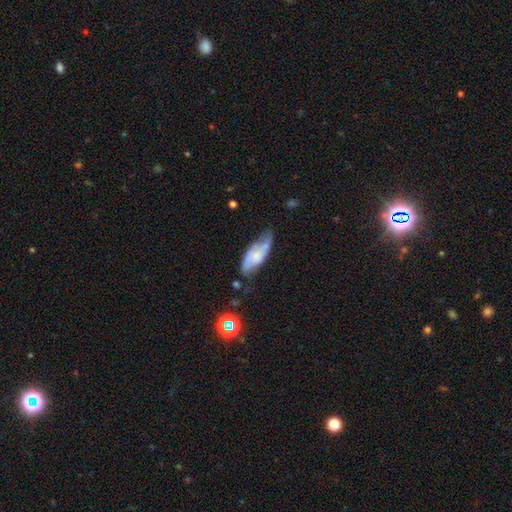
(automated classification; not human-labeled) Overall: smooth (47%; featured or disk 45%). Merging: none (46%; minor disturbance 36%).